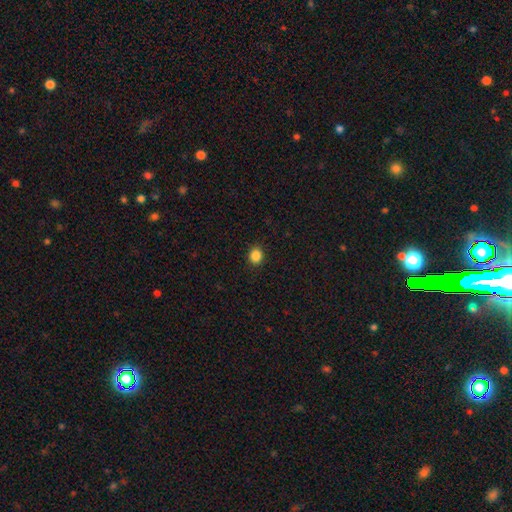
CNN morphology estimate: The model was most divided on "how rounded": round: 77%, in between: 22%, cigar-shaped: 1%. More confident: merging — none (91%); smooth or featured — smooth (86%).